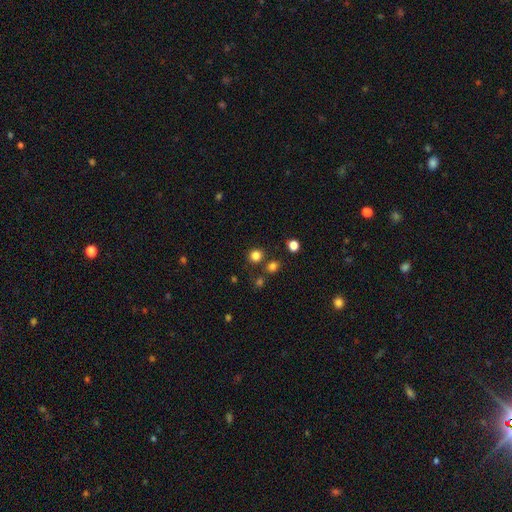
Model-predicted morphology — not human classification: A smooth galaxy with no disk features (81%) that is round (87%). Merging: none (80%).